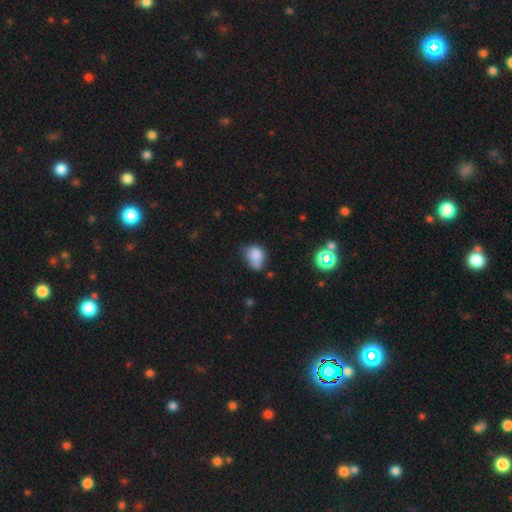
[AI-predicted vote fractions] A smooth galaxy with no disk features (76%) that is in between round and cigar-shaped (57%). Merging: minor disturbance (36%).